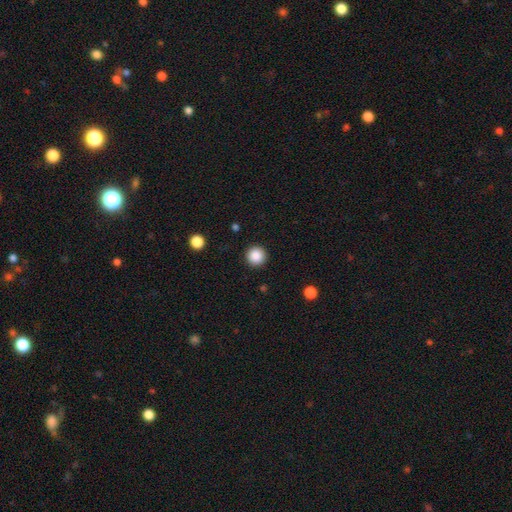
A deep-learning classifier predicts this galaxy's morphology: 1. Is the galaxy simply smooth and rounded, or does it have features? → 88% smooth, 9% star or artifact, 3% featured or disk.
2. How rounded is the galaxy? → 96% round, 3% in between, 1% cigar-shaped.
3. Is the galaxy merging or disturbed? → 92% none, 5% minor disturbance, 2% major disturbance, 1% merger.